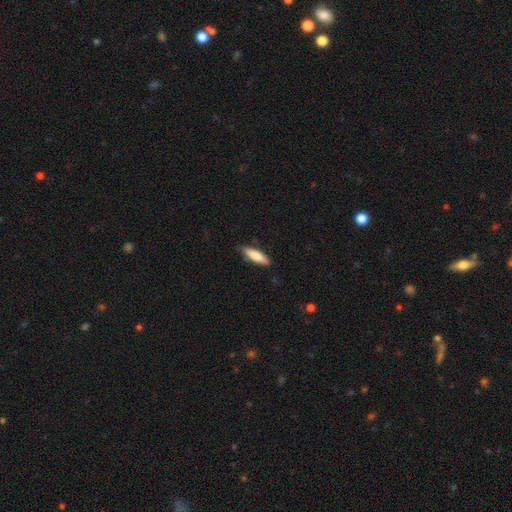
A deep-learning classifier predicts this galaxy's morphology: Smooth or featured?
  - smooth: 81% *
  - featured or disk: 14%
  - star or artifact: 6%
How rounded?
  - cigar-shaped: 53% *
  - in between: 45%
  - round: 2%
Merging?
  - none: 77% *
  - minor disturbance: 19%
  - major disturbance: 3%
  - merger: 1%